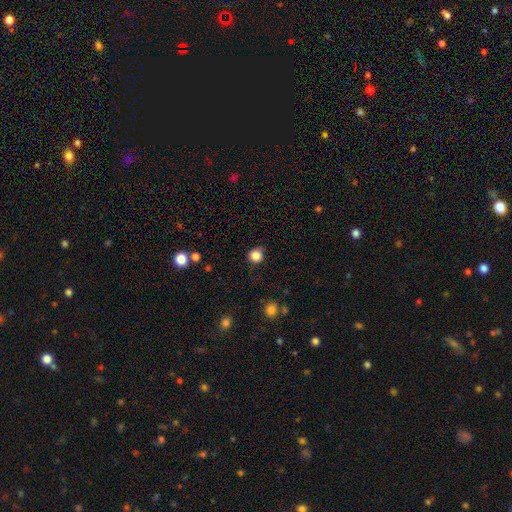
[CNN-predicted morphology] Smooth or featured? smooth (85%)
How rounded? round (91%)
Merging? none (84%)